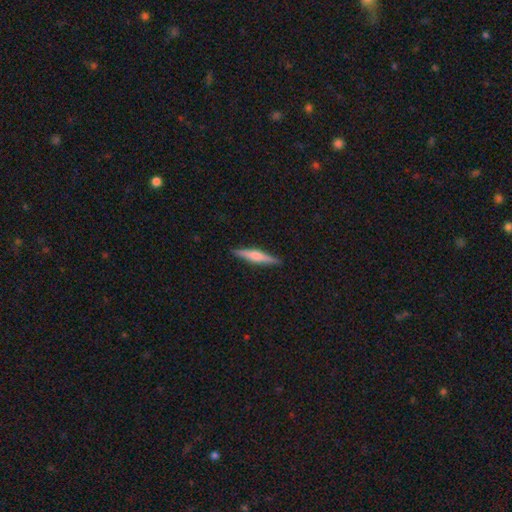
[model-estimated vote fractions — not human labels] A featured or disk galaxy (55%) viewed edge-on (97%) with a rounded central bulge (81%). Merging: none (91%).